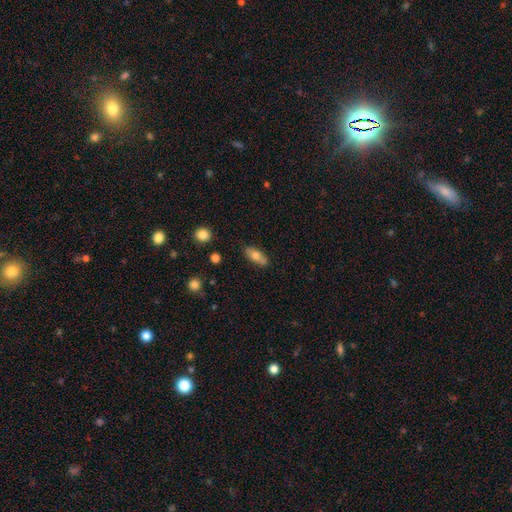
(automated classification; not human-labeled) Q: Smooth or featured?
A: smooth (72%); runner-up: featured or disk (21%)
Q: How rounded?
A: in between (80%); runner-up: cigar-shaped (16%)
Q: Merging?
A: none (81%); runner-up: minor disturbance (13%)